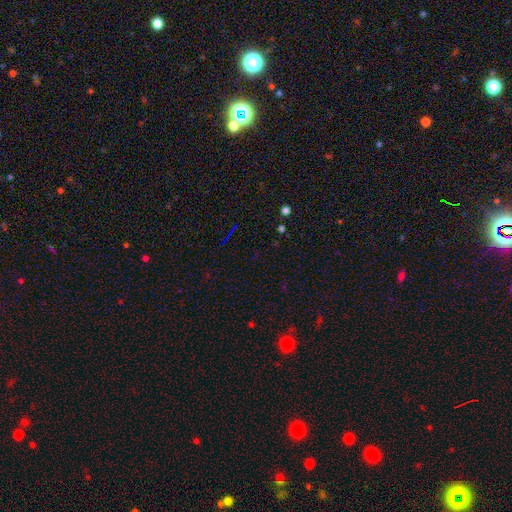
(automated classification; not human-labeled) Smooth or featured? Predicted: star or artifact (p=0.69).